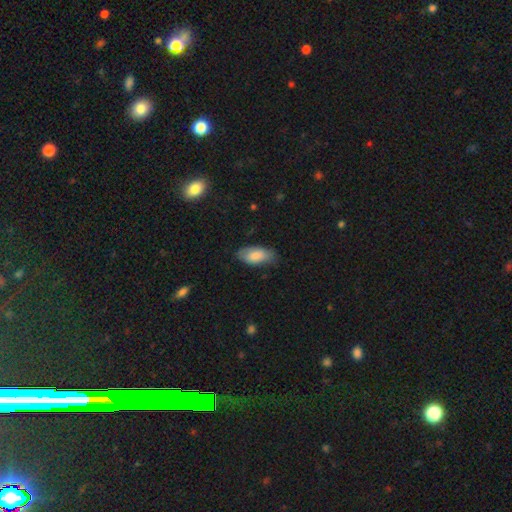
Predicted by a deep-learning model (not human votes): Smooth or featured? Predicted: smooth (p=0.81). How rounded? Predicted: in between (p=0.91). Merging? Predicted: none (p=0.69).